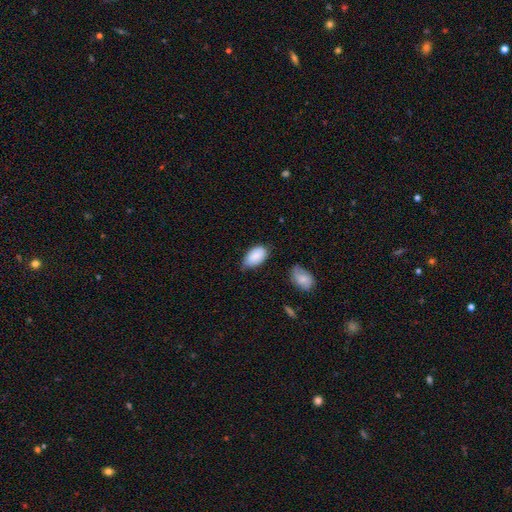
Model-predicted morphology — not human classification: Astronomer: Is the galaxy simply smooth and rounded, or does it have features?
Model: smooth — 84%.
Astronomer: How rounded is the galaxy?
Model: in between — 94%.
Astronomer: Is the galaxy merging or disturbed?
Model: none — 52% (runner-up: minor disturbance, 39%).